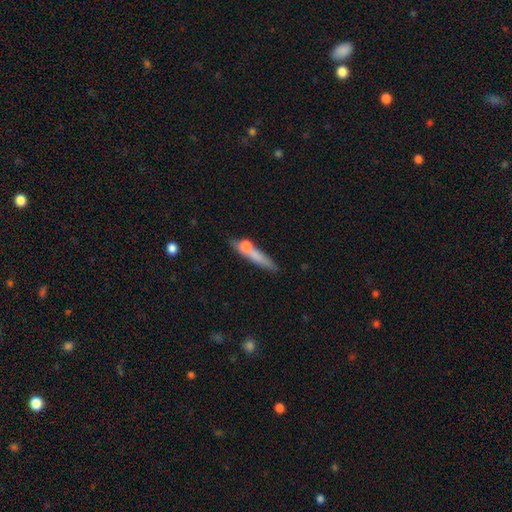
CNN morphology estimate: smooth-or-featured: smooth: 59% | featured or disk: 33% | star or artifact: 8%
  how-rounded: cigar-shaped: 79% | in between: 14% | round: 6%
  merging: none: 49% | merger: 24% | minor disturbance: 17% | major disturbance: 9%